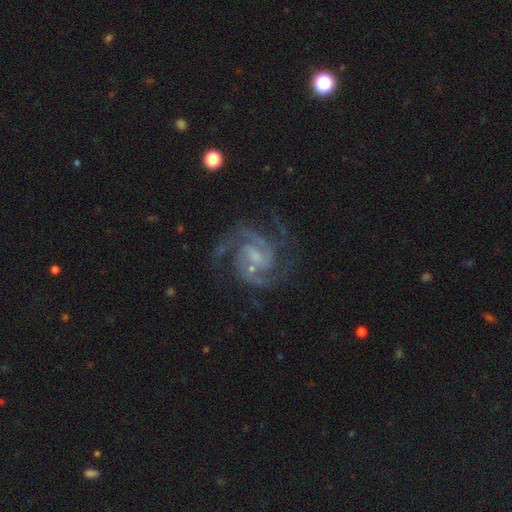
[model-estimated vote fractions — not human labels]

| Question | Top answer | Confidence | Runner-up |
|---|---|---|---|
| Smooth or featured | featured or disk | 93% | star or artifact (5%) |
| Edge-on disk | no | 98% | yes (2%) |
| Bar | weak | 52% | no (31%) |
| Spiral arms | yes | 99% | no (1%) |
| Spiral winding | medium | 52% | tight (41%) |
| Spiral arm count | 2 | 63% | 3 (21%) |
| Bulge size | small | 53% | none (23%) |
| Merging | none | 77% | minor disturbance (14%) |